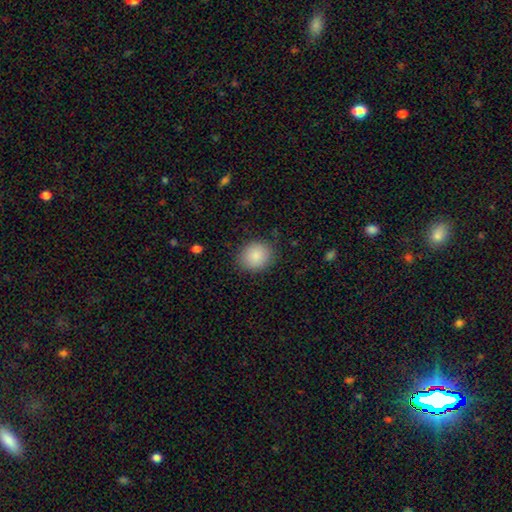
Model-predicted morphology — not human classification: Smooth or featured: smooth — 87% (star or artifact — 8%)
How rounded: round — 77% (in between — 22%)
Merging: none — 85% (minor disturbance — 10%)